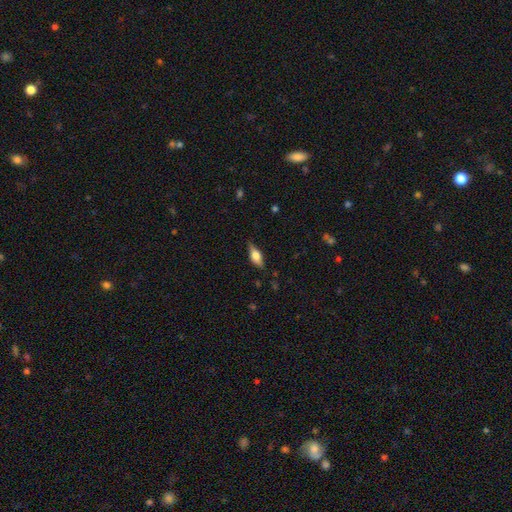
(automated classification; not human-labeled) A smooth galaxy with no disk features (57%) that is in between round and cigar-shaped (74%).

Vote fractions:
- Smooth or featured? smooth: 57% / featured or disk: 36% / star or artifact: 7%
- How rounded? in between: 74% / cigar-shaped: 22% / round: 4%
- Merging? none: 80% / minor disturbance: 16% / major disturbance: 3% / merger: 1%